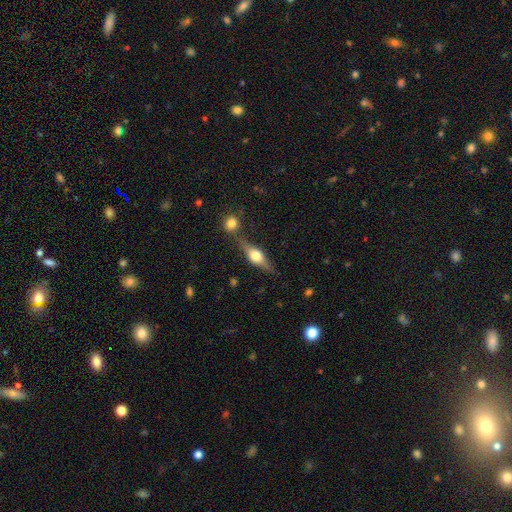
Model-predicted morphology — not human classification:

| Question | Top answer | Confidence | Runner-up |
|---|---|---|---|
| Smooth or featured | featured or disk | 65% | smooth (29%) |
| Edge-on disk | yes | 94% | no (6%) |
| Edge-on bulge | rounded | 93% | boxy (5%) |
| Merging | none | 72% | minor disturbance (13%) |